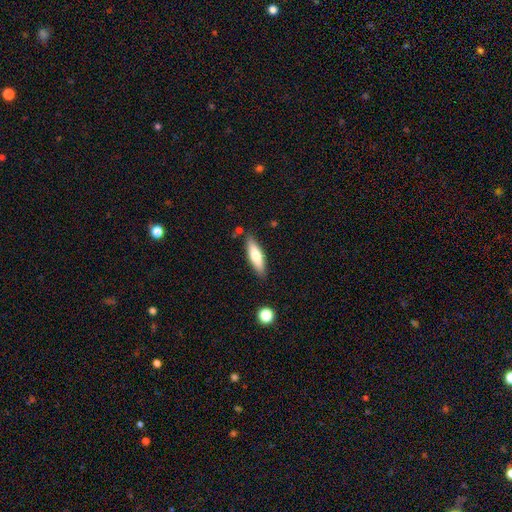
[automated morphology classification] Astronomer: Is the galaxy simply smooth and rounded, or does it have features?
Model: smooth — 67%.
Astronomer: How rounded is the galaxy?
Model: cigar-shaped — 60% (runner-up: in between, 39%).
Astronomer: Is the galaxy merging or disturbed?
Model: none — 82%.